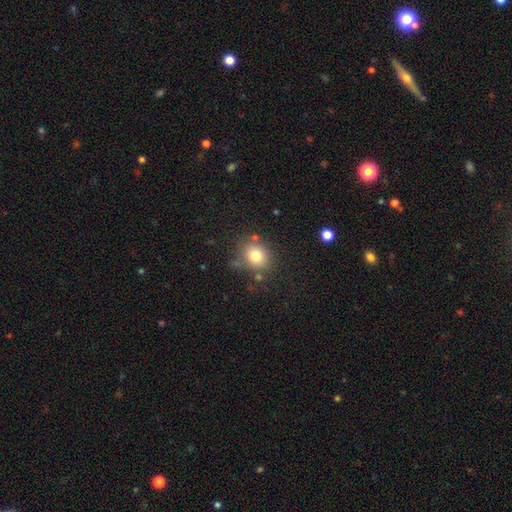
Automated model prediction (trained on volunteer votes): Morphology: type=smooth (78%); roundness=round (66%); merging=none (72%).